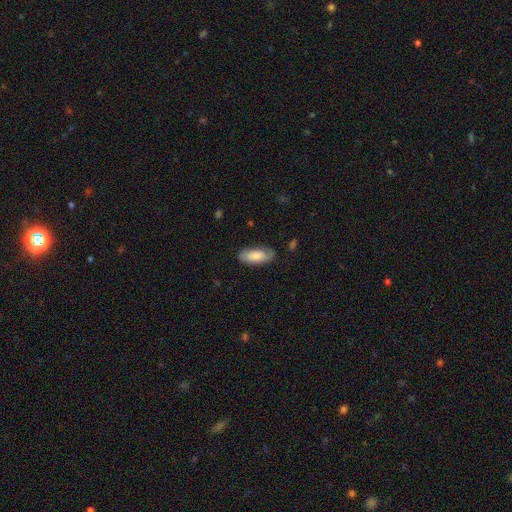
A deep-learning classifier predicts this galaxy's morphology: This is likely a smooth galaxy (66%). How rounded: clearly in between (85%). Merging: likely none (74%).